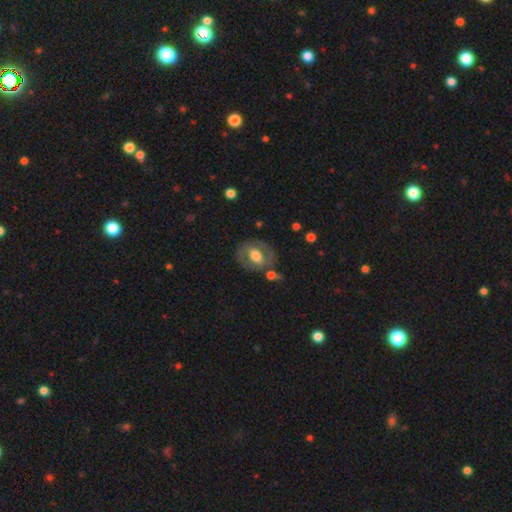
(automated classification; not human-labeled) Morphology: type=featured or disk (56%); edge-on=no (95%); bar=no (51%); spiral arms=no (61%); bulge=moderate (52%); merging=none (68%).